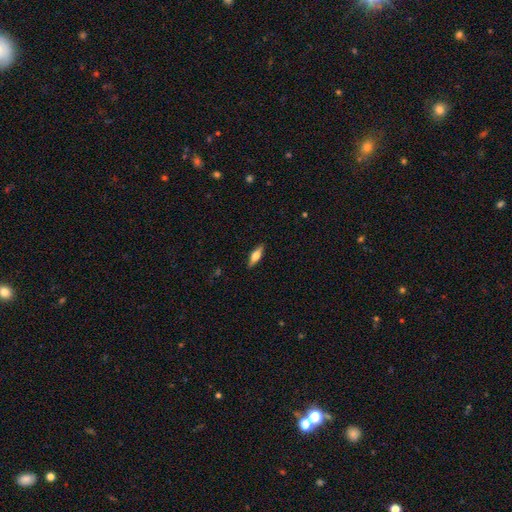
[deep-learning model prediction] This is possibly a featured or disk galaxy (47%, tied with smooth). Merging: clearly none (89%).